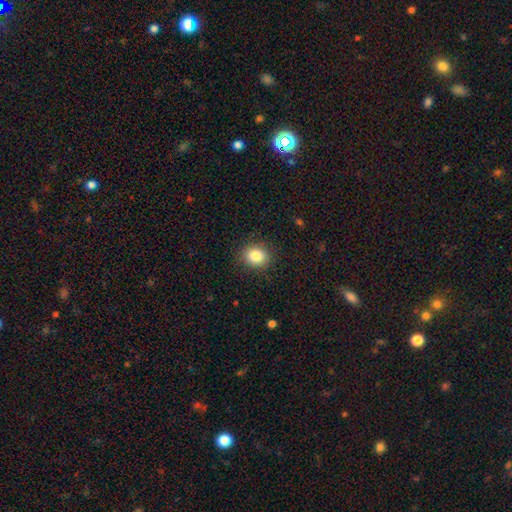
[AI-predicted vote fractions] Smooth or featured: smooth — 84% (star or artifact — 10%)
How rounded: round — 65% (in between — 34%)
Merging: none — 88% (minor disturbance — 8%)